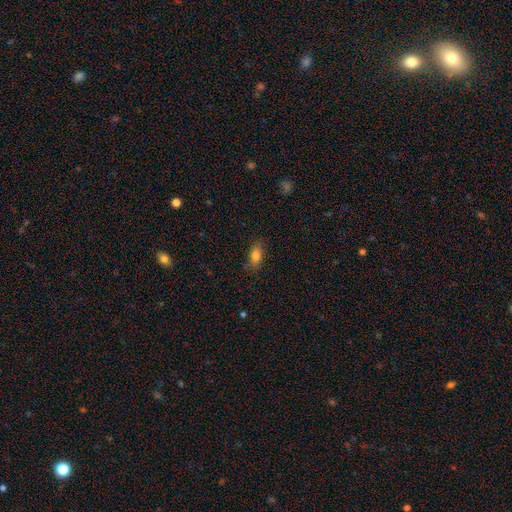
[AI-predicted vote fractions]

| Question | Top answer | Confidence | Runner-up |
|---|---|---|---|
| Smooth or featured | smooth | 80% | featured or disk (11%) |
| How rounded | in between | 84% | cigar-shaped (9%) |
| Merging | none | 82% | minor disturbance (14%) |